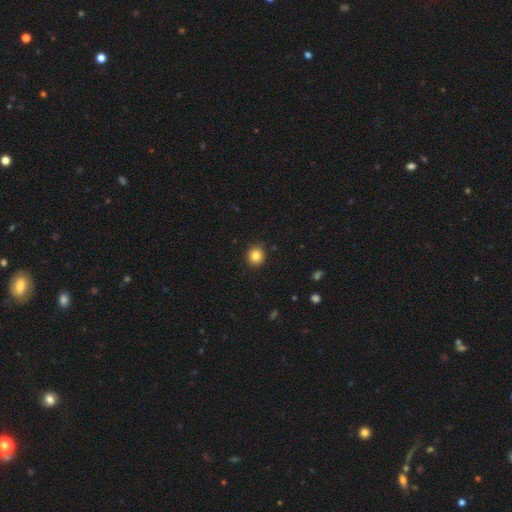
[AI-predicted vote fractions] Smooth or featured: smooth — 83% (star or artifact — 11%)
How rounded: round — 91% (in between — 8%)
Merging: none — 88% (minor disturbance — 9%)